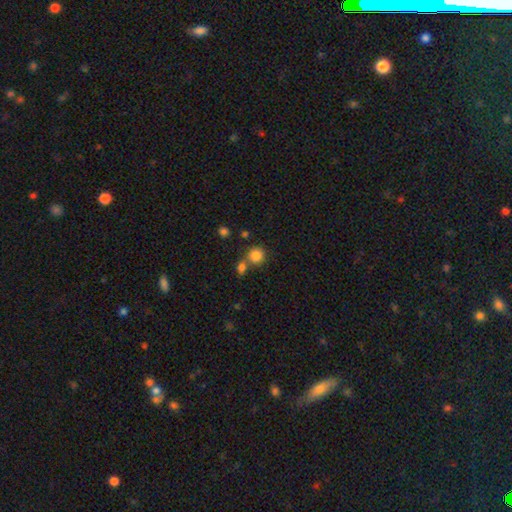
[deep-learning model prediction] The model was most divided on "merging": none: 59%, merger: 30%, minor disturbance: 8%, major disturbance: 3%. More confident: how rounded — round (88%); smooth or featured — smooth (84%).